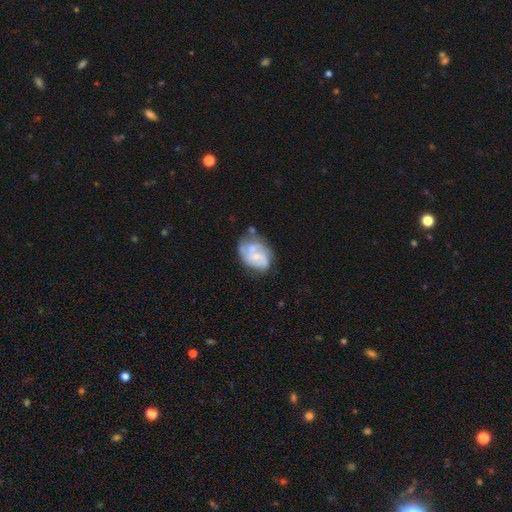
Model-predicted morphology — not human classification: Smooth or featured?
  - featured or disk: 67% *
  - smooth: 26%
  - star or artifact: 7%
Edge-on disk?
  - no: 98% *
  - yes: 2%
Bar?
  - no: 60% *
  - weak: 33%
  - strong: 7%
Spiral arms?
  - yes: 75% *
  - no: 25%
Bulge size?
  - small: 54% *
  - moderate: 28%
  - none: 15%
  - large: 2%
  - dominant: 1%
Merging?
  - none: 47% *
  - minor disturbance: 25%
  - major disturbance: 15%
  - merger: 12%